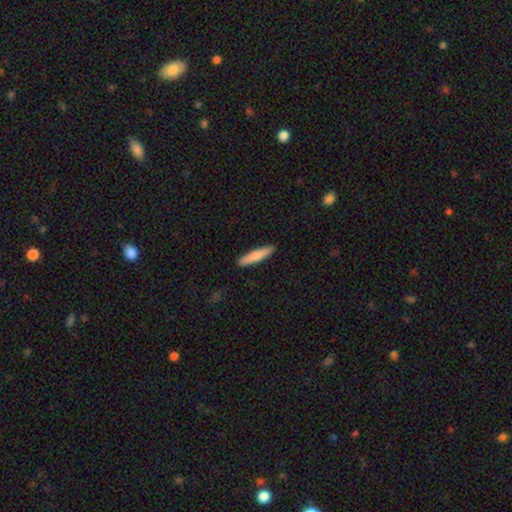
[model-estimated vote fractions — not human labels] A smooth galaxy with no disk features (79%) that is cigar-shaped (88%).

Vote fractions:
- Smooth or featured? smooth: 79% / featured or disk: 15% / star or artifact: 5%
- How rounded? cigar-shaped: 88% / in between: 10% / round: 1%
- Merging? none: 91% / minor disturbance: 6% / major disturbance: 1% / merger: 1%